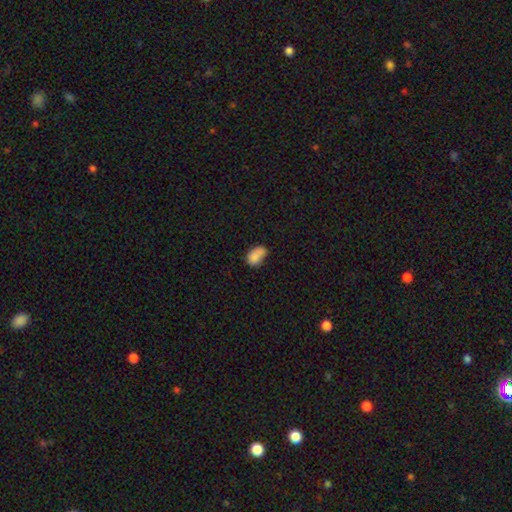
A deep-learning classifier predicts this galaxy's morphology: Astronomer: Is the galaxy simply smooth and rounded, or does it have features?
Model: smooth — 83%.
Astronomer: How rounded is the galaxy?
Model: in between — 83%.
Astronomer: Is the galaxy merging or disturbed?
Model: none — 40% (runner-up: minor disturbance, 35%).